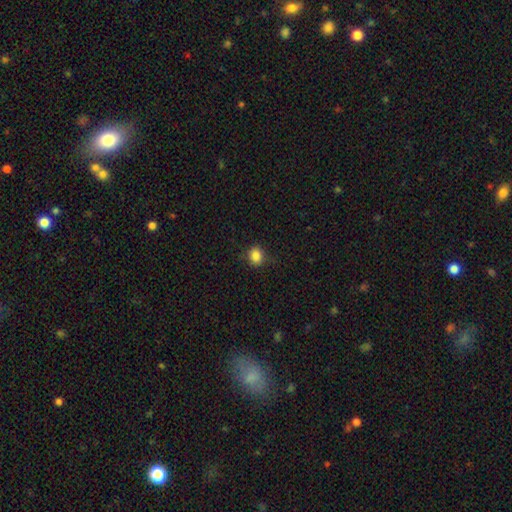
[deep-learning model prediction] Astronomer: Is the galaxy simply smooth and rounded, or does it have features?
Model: smooth — 85%.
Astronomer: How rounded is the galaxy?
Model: round — 67%.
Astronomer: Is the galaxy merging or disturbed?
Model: none — 79%.